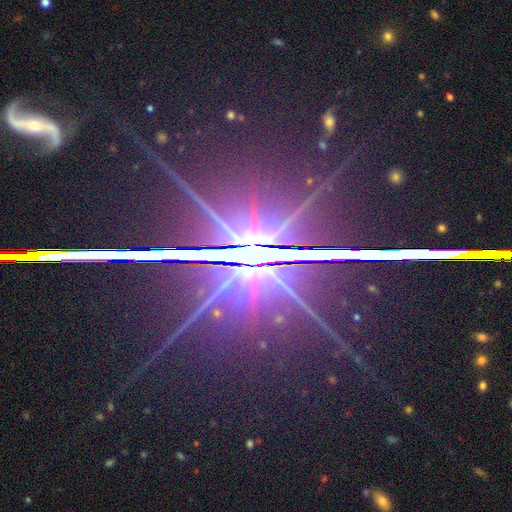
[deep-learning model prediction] The model was most divided on "smooth or featured": star or artifact: 74%, featured or disk: 19%, smooth: 7%.